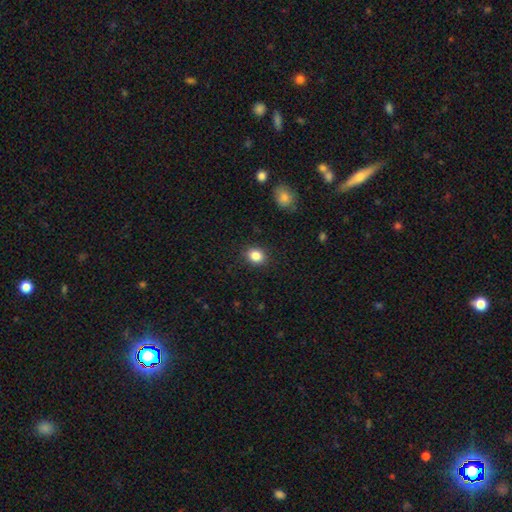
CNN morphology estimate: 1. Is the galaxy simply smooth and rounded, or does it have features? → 85% smooth, 10% star or artifact, 5% featured or disk.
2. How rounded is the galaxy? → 60% round, 39% in between, 1% cigar-shaped.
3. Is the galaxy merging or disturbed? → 88% none, 8% minor disturbance, 2% major disturbance, 1% merger.